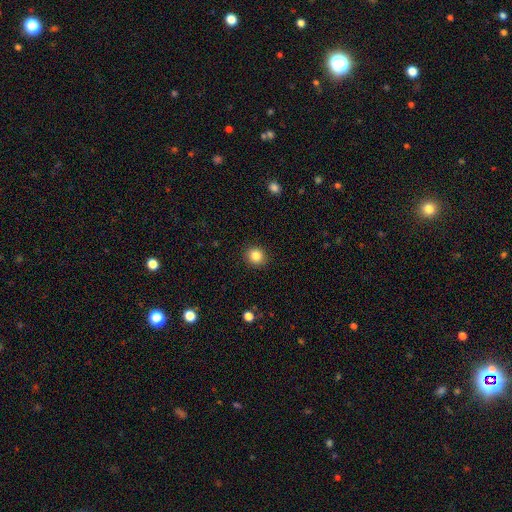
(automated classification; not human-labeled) A smooth galaxy with no disk features (85%) that is round (86%).

Vote fractions:
- Smooth or featured? smooth: 85% / star or artifact: 10% / featured or disk: 5%
- How rounded? round: 86% / in between: 13% / cigar-shaped: 1%
- Merging? none: 91% / minor disturbance: 6% / major disturbance: 2% / merger: 1%